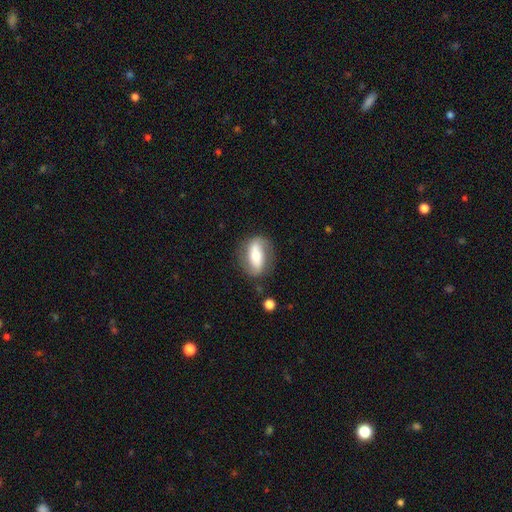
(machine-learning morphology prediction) A featured or disk galaxy (57%). Merging: none (76%).